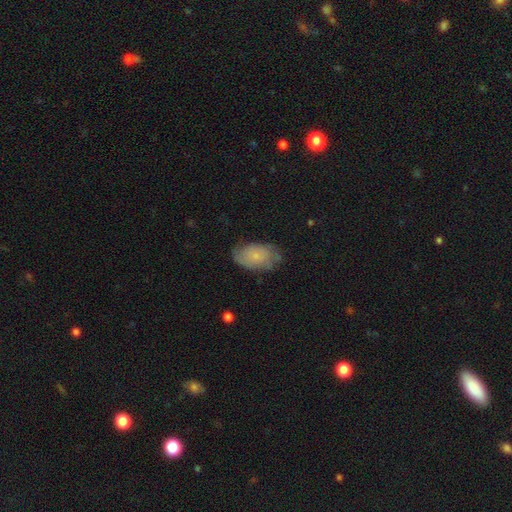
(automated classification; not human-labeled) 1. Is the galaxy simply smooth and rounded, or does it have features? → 53% smooth, 39% featured or disk, 8% star or artifact.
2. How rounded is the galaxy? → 91% in between, 7% round, 2% cigar-shaped.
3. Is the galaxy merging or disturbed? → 65% none, 26% minor disturbance, 8% major disturbance, 1% merger.